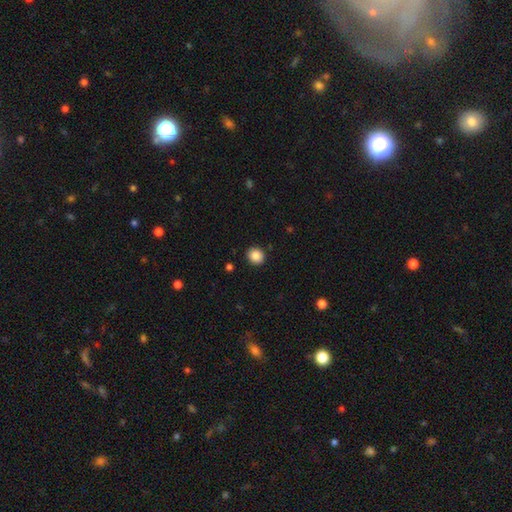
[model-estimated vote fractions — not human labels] This appears to be a smooth galaxy with no disk features (88%) that is round (86%). Merging: none (91%).